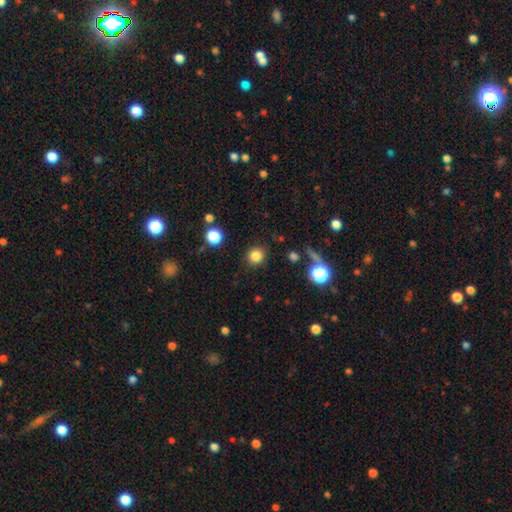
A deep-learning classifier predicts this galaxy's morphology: Smooth or featured? Predicted: smooth (p=0.82). How rounded? Predicted: round (p=0.91). Merging? Predicted: none (p=0.88).